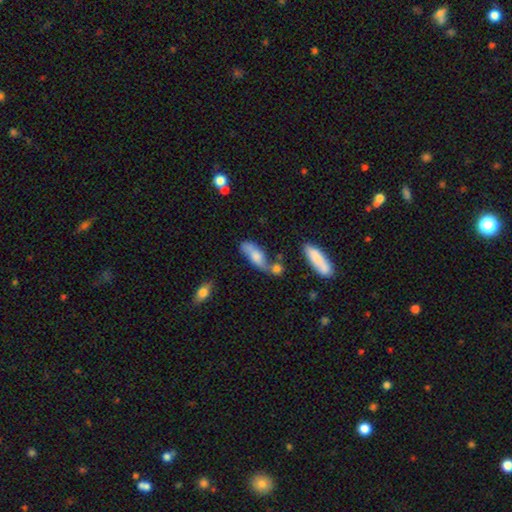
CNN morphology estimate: Q: Smooth or featured?
A: smooth (57%); runner-up: featured or disk (35%)
Q: How rounded?
A: in between (70%); runner-up: cigar-shaped (26%)
Q: Merging?
A: none (37%); runner-up: merger (32%)